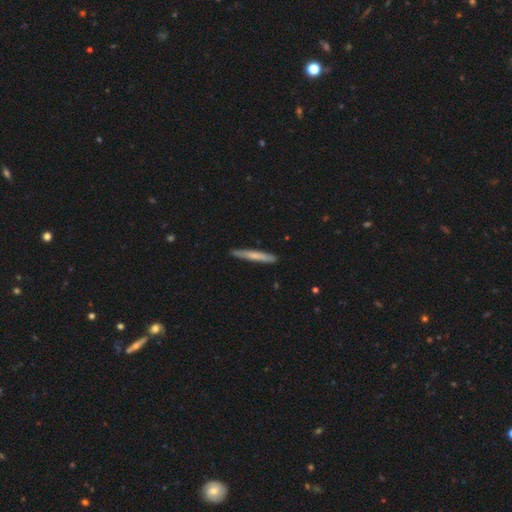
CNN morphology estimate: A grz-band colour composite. It shows a smooth galaxy with no disk features (64%) that is cigar-shaped (96%). Merging: none (87%).